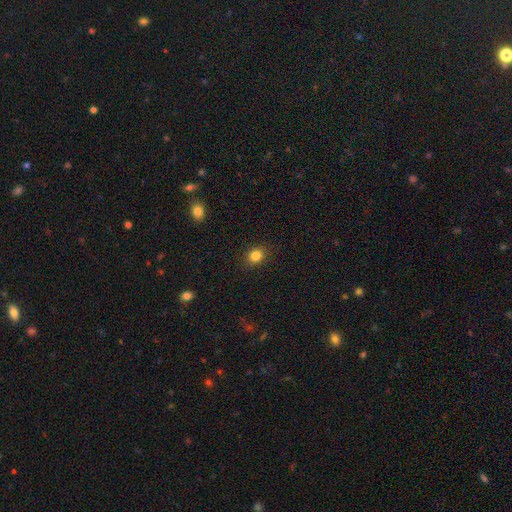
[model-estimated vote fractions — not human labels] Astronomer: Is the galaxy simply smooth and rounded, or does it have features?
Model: smooth — 83%.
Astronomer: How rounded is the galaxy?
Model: round — 60% (runner-up: in between, 39%).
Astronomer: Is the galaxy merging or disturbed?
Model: none — 88%.